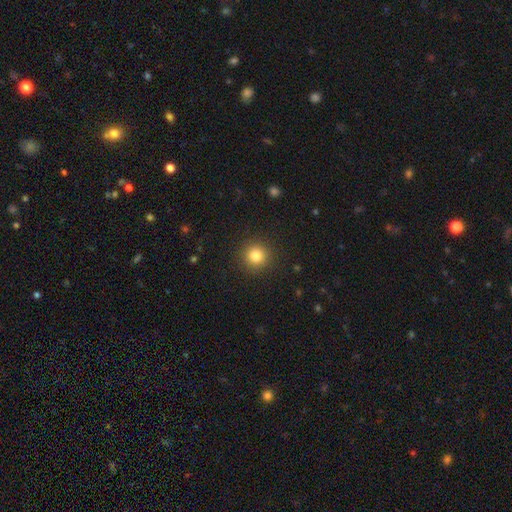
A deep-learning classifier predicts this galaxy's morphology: smooth-or-featured: smooth: 82% | star or artifact: 12% | featured or disk: 6%
  how-rounded: round: 93% | in between: 6% | cigar-shaped: 1%
  merging: none: 91% | minor disturbance: 6% | major disturbance: 2% | merger: 1%